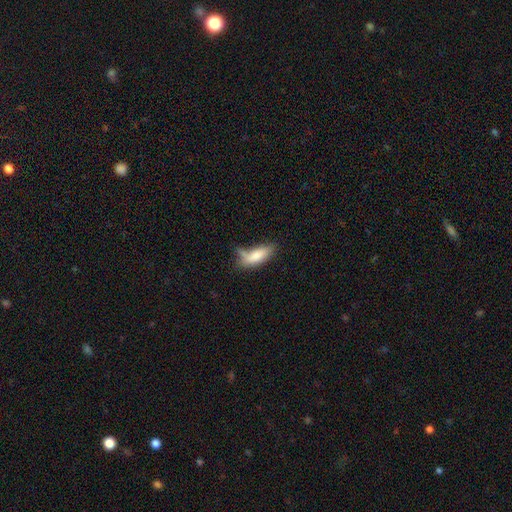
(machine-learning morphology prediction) This appears to be a smooth galaxy with no disk features (75%) that is in between round and cigar-shaped (66%). Merging: none (42%).